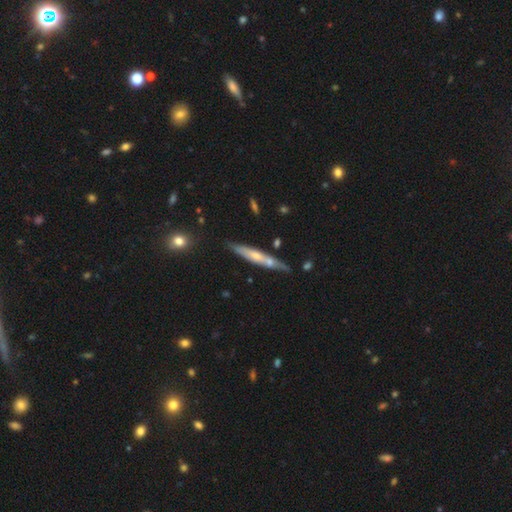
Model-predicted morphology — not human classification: type=featured or disk (56%); edge-on=yes (88%); merging=none (72%).